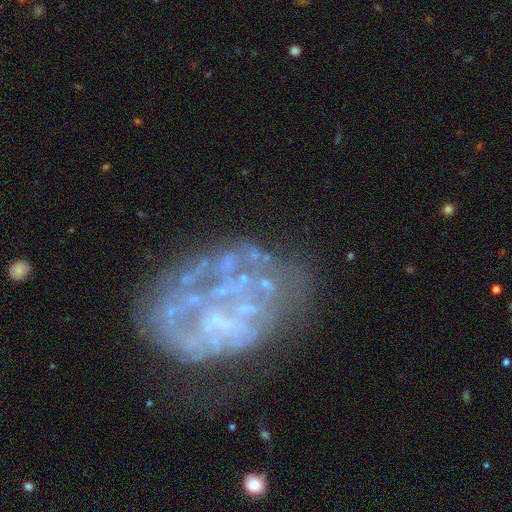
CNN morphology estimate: A featured or disk galaxy (73%) with no bar (85%), no spiral arms (78%) and no central bulge (67%).

Vote fractions:
- Smooth or featured? featured or disk: 73% / star or artifact: 14% / smooth: 13%
- Edge-on disk? no: 98% / yes: 2%
- Bar? no: 85% / weak: 11% / strong: 5%
- Spiral arms? no: 78% / yes: 22%
- Bulge size? none: 67% / small: 22% / moderate: 8% / large: 2% / dominant: 1%
- Merging? none: 44% / major disturbance: 29% / minor disturbance: 19% / merger: 8%